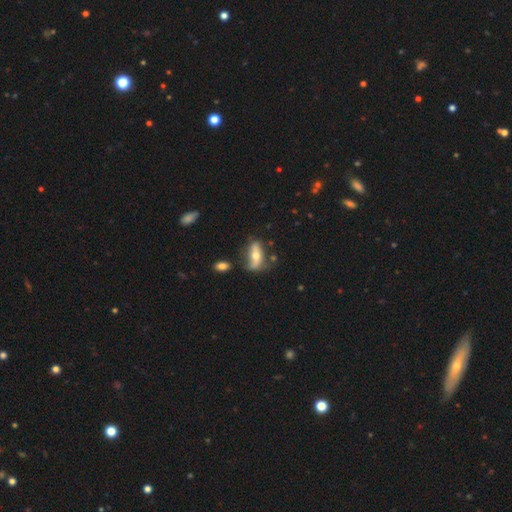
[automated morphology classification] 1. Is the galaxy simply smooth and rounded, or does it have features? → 52% featured or disk, 41% smooth, 7% star or artifact.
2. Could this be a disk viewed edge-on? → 63% no, 37% yes.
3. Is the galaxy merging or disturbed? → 58% none, 25% minor disturbance, 11% major disturbance, 6% merger.